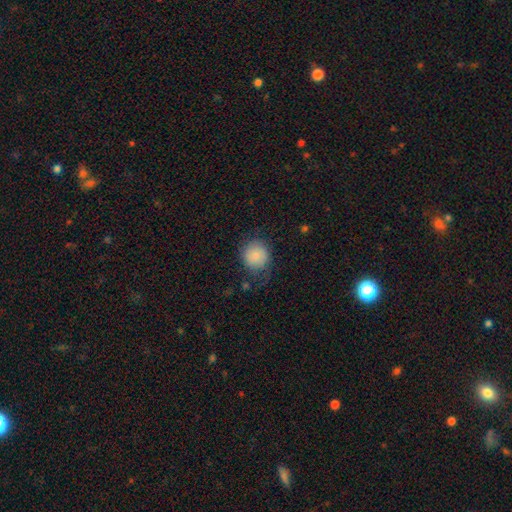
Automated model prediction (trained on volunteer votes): Smooth or featured: smooth — 80% (featured or disk — 11%)
How rounded: round — 85% (in between — 15%)
Merging: none — 61% (minor disturbance — 24%)